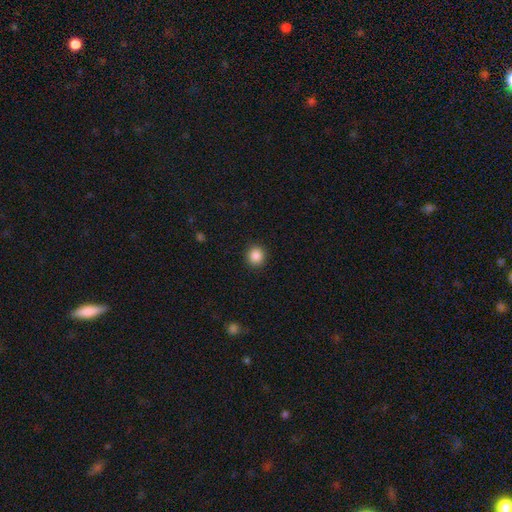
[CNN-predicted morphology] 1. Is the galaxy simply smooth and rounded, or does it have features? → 87% smooth, 10% star or artifact, 3% featured or disk.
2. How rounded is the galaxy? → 91% round, 8% in between, 1% cigar-shaped.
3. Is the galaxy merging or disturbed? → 92% none, 5% minor disturbance, 2% major disturbance, 1% merger.